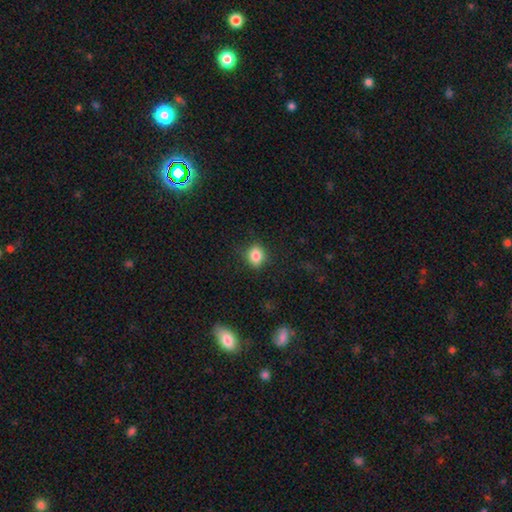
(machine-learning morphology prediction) smooth_or_featured: smooth (p=0.84) [alt: star or artifact p=0.10]
how_rounded: round (p=0.56) [alt: in between p=0.43]
merging: none (p=0.82) [alt: minor disturbance p=0.13]